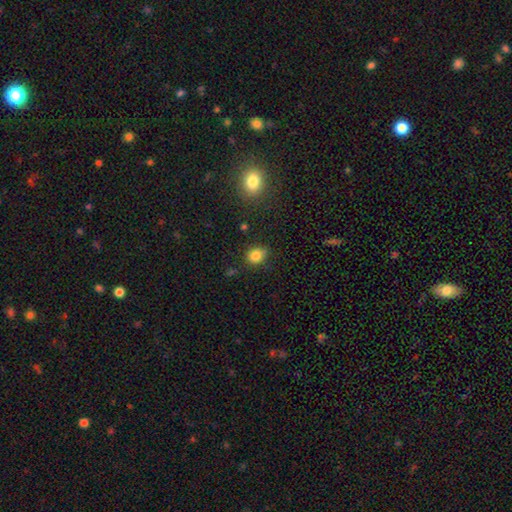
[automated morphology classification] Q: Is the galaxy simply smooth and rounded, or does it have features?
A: smooth — 82%.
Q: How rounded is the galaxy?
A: round — 72%.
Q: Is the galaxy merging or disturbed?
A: none — 80%.